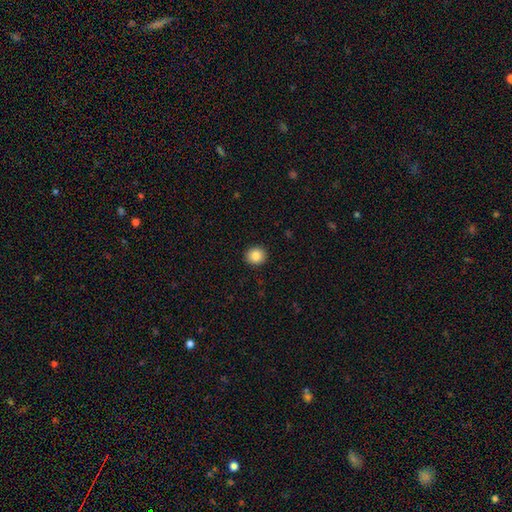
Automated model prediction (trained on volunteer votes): This appears to be a smooth galaxy with no disk features (86%) that is round (86%). Merging: none (92%).